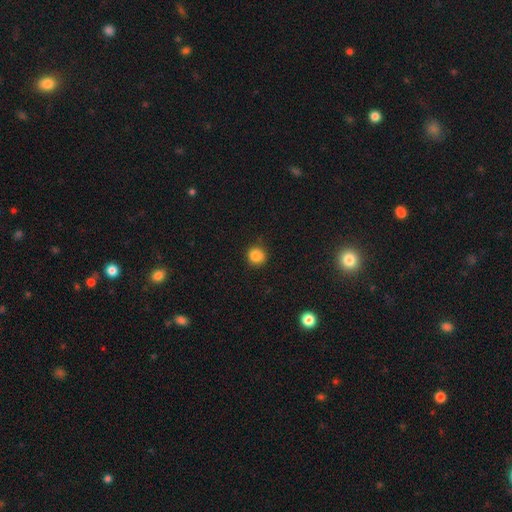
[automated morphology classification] A smooth galaxy with no disk features (86%) that is round (90%). Merging: none (88%).